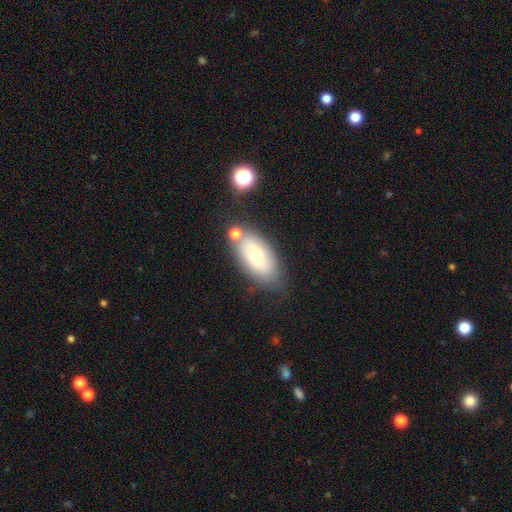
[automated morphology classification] This appears to be a smooth galaxy with no disk features (54%) that is in between round and cigar-shaped (90%). Merging: none (65%).